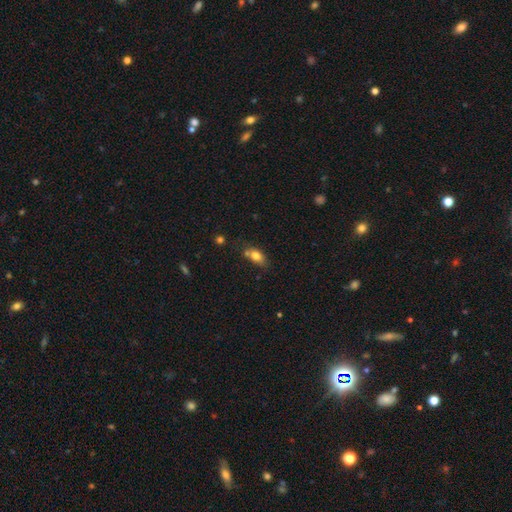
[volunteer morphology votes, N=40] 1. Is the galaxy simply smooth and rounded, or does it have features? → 82% smooth, 12% featured or disk, 5% star or artifact.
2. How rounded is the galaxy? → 82% in between, 9% round, 9% cigar-shaped.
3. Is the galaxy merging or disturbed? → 45% none, 29% merger, 21% minor disturbance, 5% major disturbance.